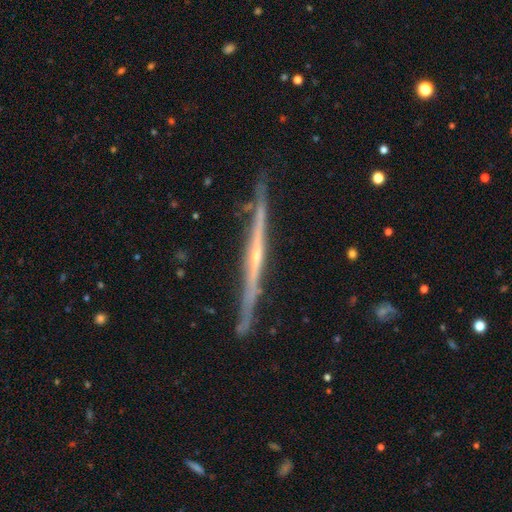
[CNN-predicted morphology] Smooth or featured: featured or disk — 84% (smooth — 11%)
Edge-on disk: yes — 97% (no — 3%)
Edge-on bulge: rounded — 54% (none — 41%)
Merging: none — 84% (minor disturbance — 13%)